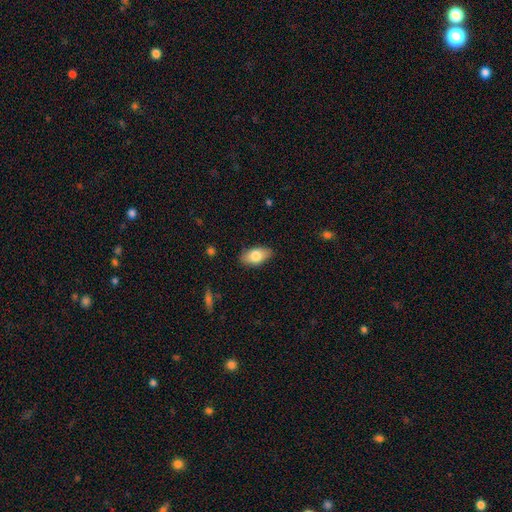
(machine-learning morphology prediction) A smooth galaxy with no disk features (79%) that is in between round and cigar-shaped (92%).

Vote fractions:
- Smooth or featured? smooth: 79% / featured or disk: 14% / star or artifact: 7%
- How rounded? in between: 92% / round: 5% / cigar-shaped: 3%
- Merging? none: 86% / minor disturbance: 11% / major disturbance: 2% / merger: 1%